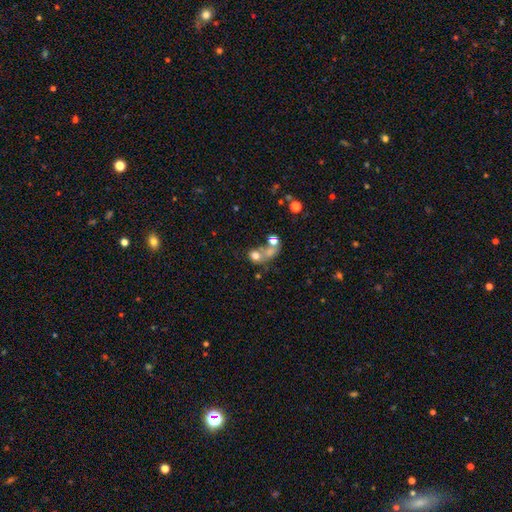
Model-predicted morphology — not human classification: smooth 63%, featured or disk 21%, star or artifact 16%. Down the decision tree: how rounded — round (65%); merging — merger (54%).